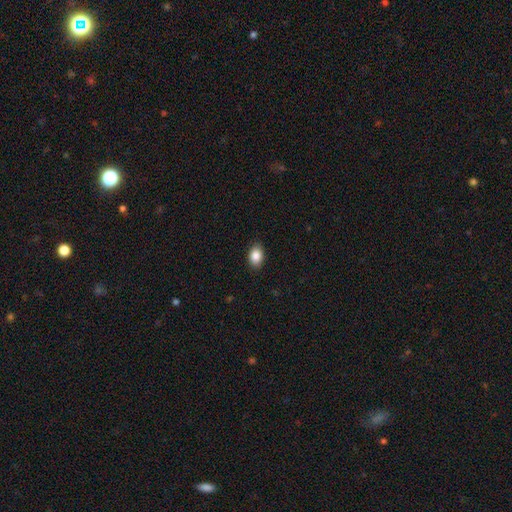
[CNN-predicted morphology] Smooth or featured: smooth — 87% (star or artifact — 8%)
How rounded: in between — 81% (round — 18%)
Merging: none — 88% (minor disturbance — 9%)